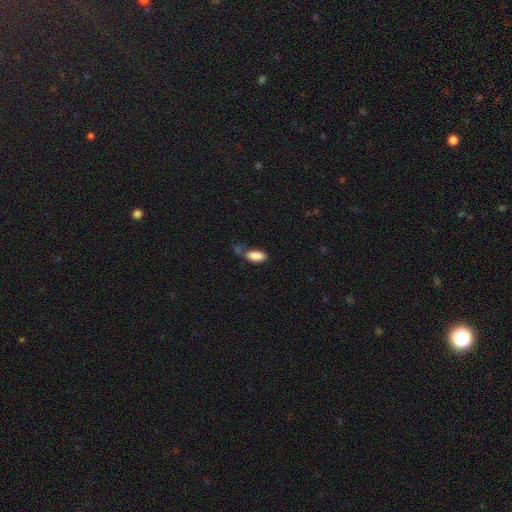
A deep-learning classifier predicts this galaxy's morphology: smooth 87%, star or artifact 8%, featured or disk 5%. Down the decision tree: how rounded — in between (90%); merging — none (48%).